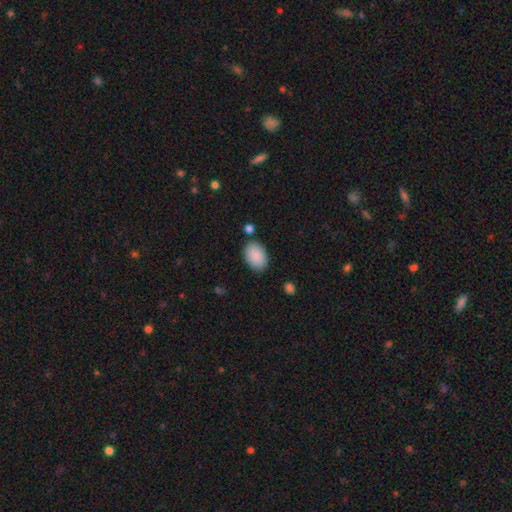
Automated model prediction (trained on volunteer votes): Morphology: type=smooth (89%); roundness=in between (89%); merging=none (83%).